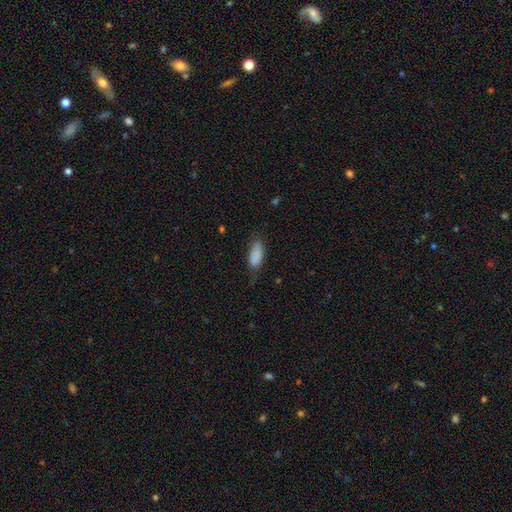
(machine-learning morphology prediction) This appears to be a smooth galaxy with no disk features (87%) that is in between round and cigar-shaped (87%). Merging: none (63%).